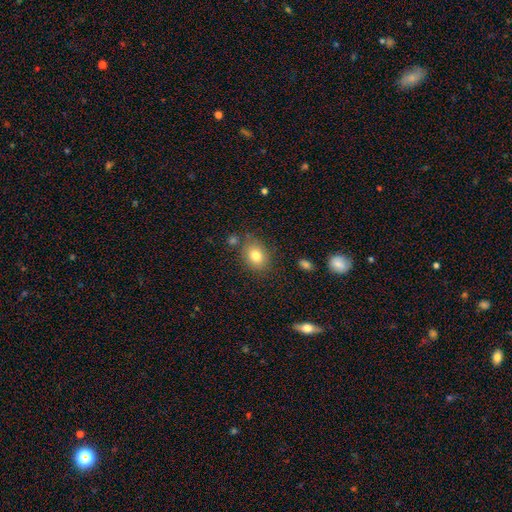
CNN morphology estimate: This is likely a smooth galaxy (79%). How rounded: possibly in between (55%). Merging: likely none (76%).